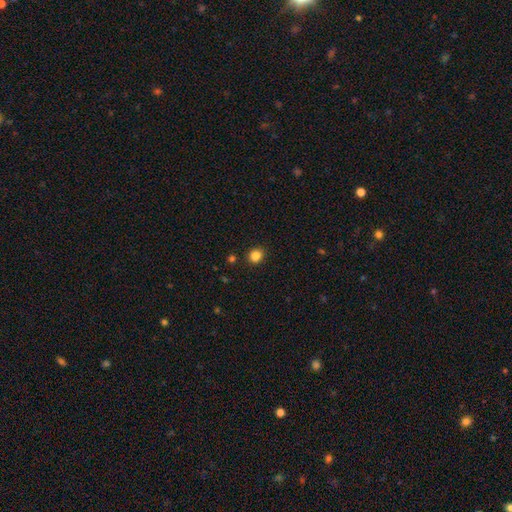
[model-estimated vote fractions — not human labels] A smooth galaxy with no disk features (85%) that is round (76%).

Vote fractions:
- Smooth or featured? smooth: 85% / star or artifact: 11% / featured or disk: 3%
- How rounded? round: 76% / in between: 23% / cigar-shaped: 1%
- Merging? none: 88% / minor disturbance: 7% / major disturbance: 2% / merger: 2%